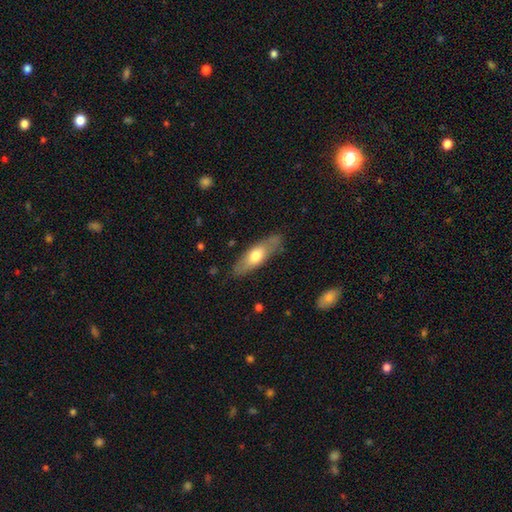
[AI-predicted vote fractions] Smooth or featured? Predicted: smooth (p=0.59). How rounded? Predicted: in between (p=0.52). Merging? Predicted: none (p=0.81).